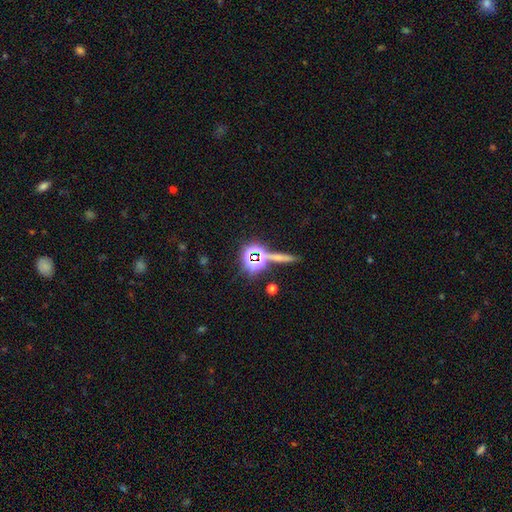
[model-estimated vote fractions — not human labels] The model was most divided on "smooth or featured": star or artifact: 63%, smooth: 21%, featured or disk: 16%.